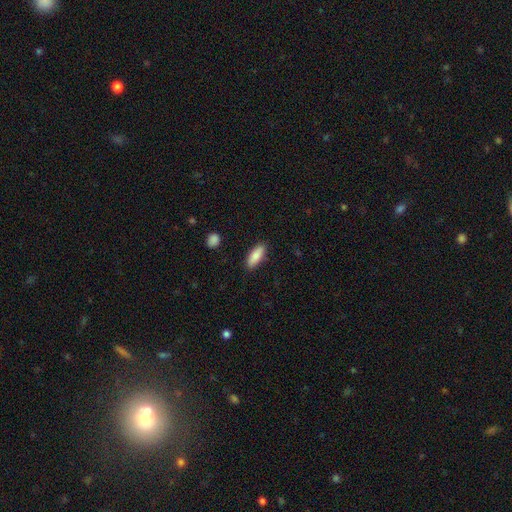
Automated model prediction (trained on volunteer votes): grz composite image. It shows a smooth galaxy with no disk features (84%) that is in between round and cigar-shaped (72%). Merging: none (88%).